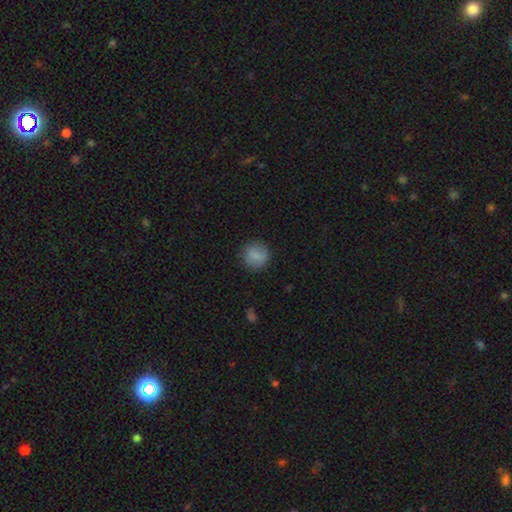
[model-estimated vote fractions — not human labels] Smooth or featured? Predicted: smooth (p=0.85). How rounded? Predicted: round (p=0.90). Merging? Predicted: none (p=0.85).